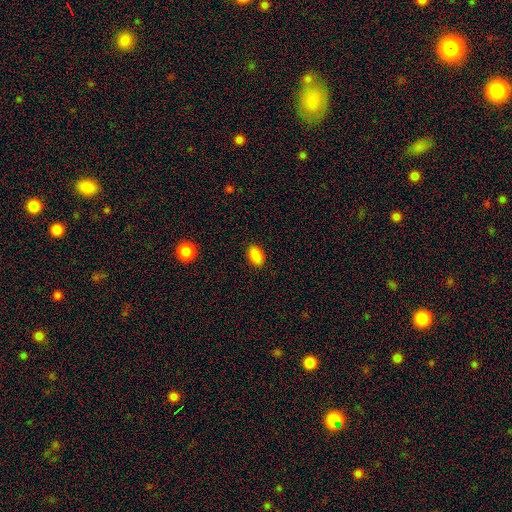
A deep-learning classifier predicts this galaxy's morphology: A smooth galaxy with no disk features (89%) that is in between round and cigar-shaped (90%). Merging: none (89%).